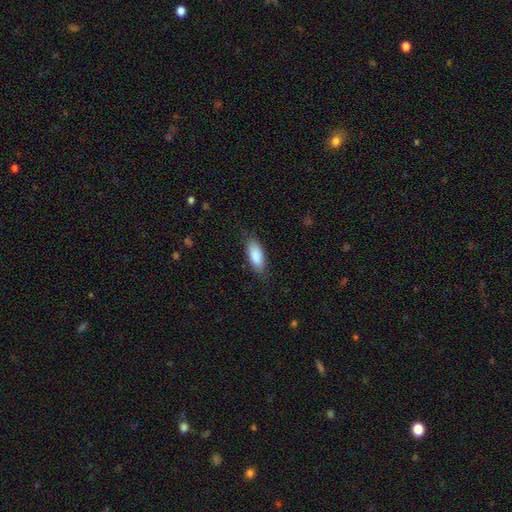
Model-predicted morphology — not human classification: A smooth galaxy with no disk features (88%) that is in between round and cigar-shaped (80%).

Vote fractions:
- Smooth or featured? smooth: 88% / featured or disk: 6% / star or artifact: 6%
- How rounded? in between: 80% / cigar-shaped: 18% / round: 2%
- Merging? none: 83% / minor disturbance: 13% / major disturbance: 3% / merger: 1%